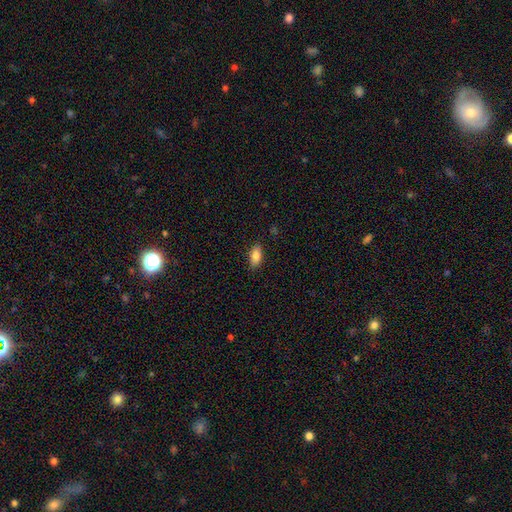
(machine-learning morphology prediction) Q: Smooth or featured?
A: smooth (85%); runner-up: featured or disk (8%)
Q: How rounded?
A: in between (90%); runner-up: cigar-shaped (7%)
Q: Merging?
A: none (87%); runner-up: minor disturbance (10%)